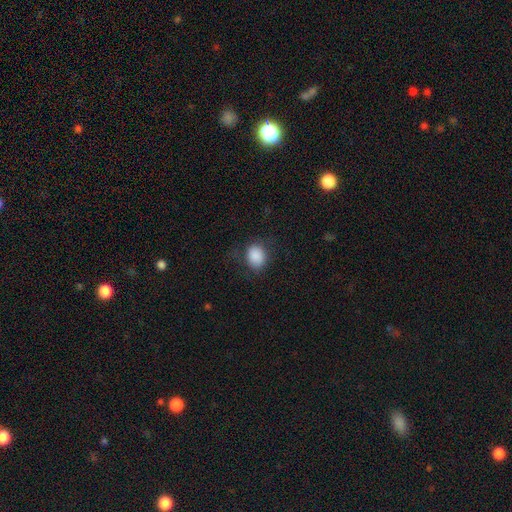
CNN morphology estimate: Smooth or featured: smooth — 86% (star or artifact — 9%)
How rounded: in between — 50% (round — 49%)
Merging: none — 71% (minor disturbance — 19%)